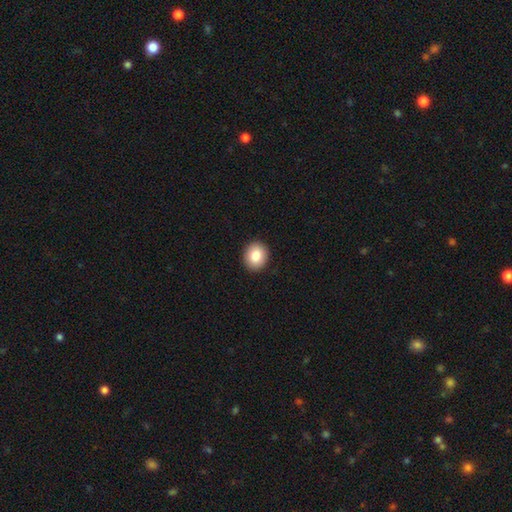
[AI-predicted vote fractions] Smooth or featured? smooth (84%)
How rounded? round (71%)
Merging? none (92%)